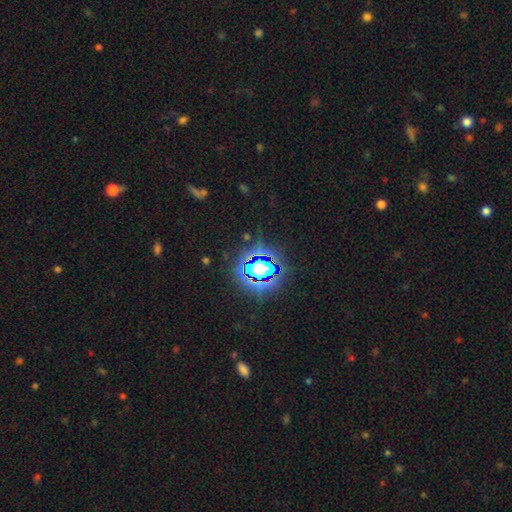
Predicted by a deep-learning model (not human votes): Smooth or featured: star or artifact — 83% (smooth — 10%)